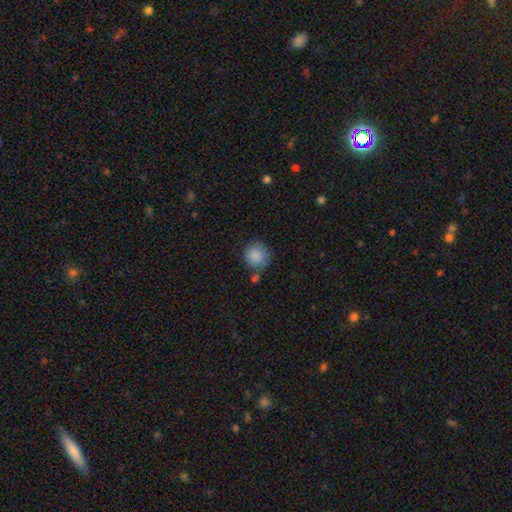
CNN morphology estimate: Overall: smooth (88%). How rounded: round (87%). Merging: none (69%).